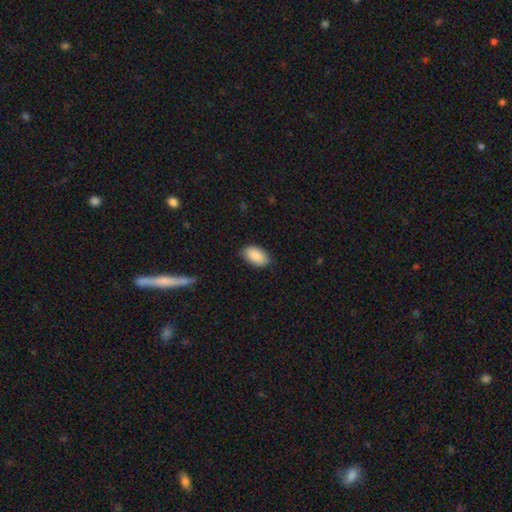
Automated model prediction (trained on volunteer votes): Smooth or featured? smooth (89%)
How rounded? in between (94%)
Merging? none (82%)